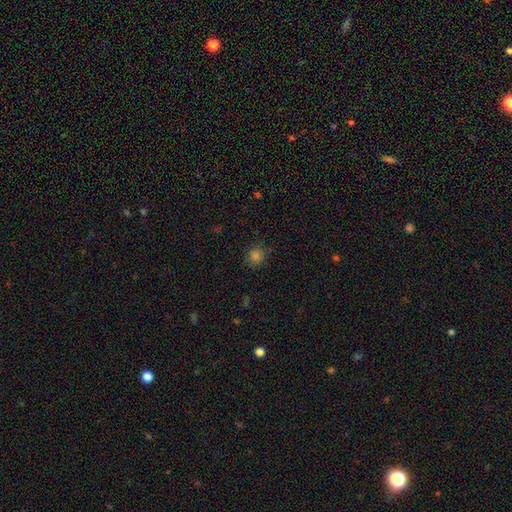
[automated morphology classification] Smooth or featured? smooth (79%)
How rounded? round (86%)
Merging? none (87%)